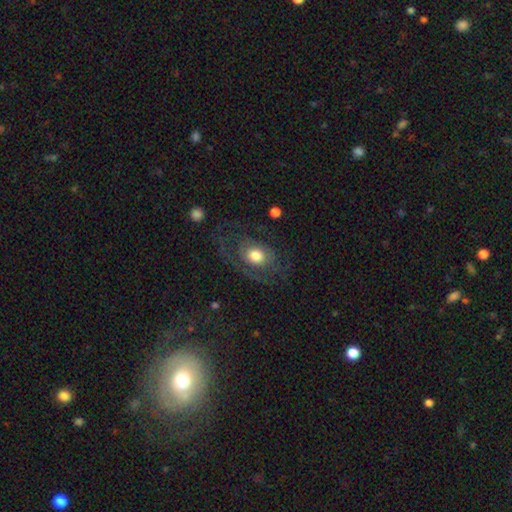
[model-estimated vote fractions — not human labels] Smooth or featured? featured or disk (55%)
Edge-on disk? no (94%)
Bar? no (86%)
Spiral arms? yes (64%)
Bulge size? moderate (57%)
Merging? none (58%)